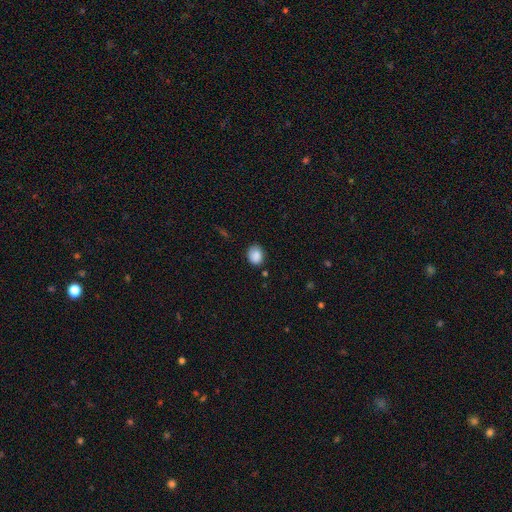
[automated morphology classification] smooth 88%, star or artifact 8%, featured or disk 4%. Down the decision tree: how rounded — round (54%); merging — none (80%).